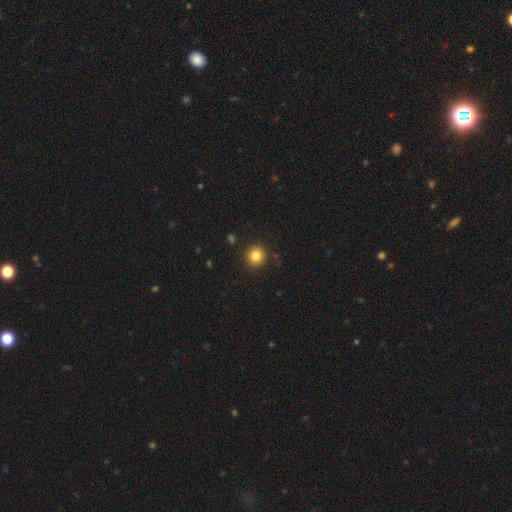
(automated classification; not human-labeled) Smooth or featured: smooth — 83% (star or artifact — 11%)
How rounded: round — 93% (in between — 6%)
Merging: none — 90% (minor disturbance — 6%)